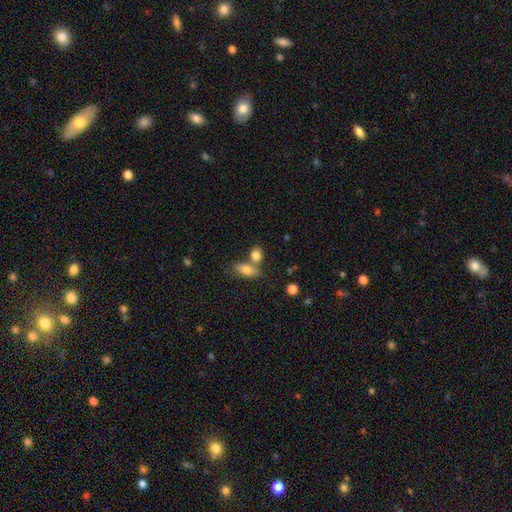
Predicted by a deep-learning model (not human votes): Smooth or featured? smooth (81%)
How rounded? in between (64%)
Merging? none (50%)